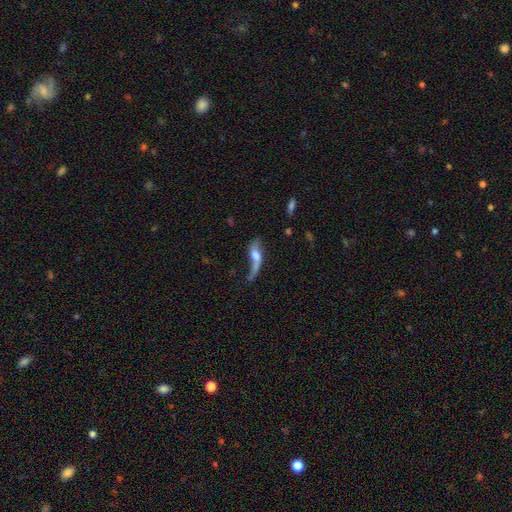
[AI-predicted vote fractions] featured or disk 56%, smooth 35%, star or artifact 10%. Down the decision tree: edge-on disk — no (75%); merging — major disturbance (43%).